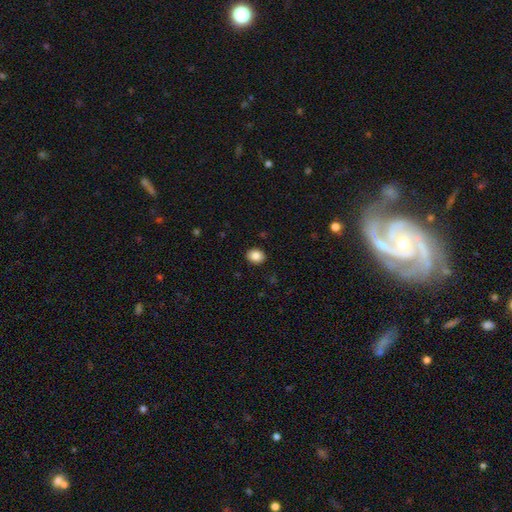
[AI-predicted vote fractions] A smooth galaxy with no disk features (86%) that is round (57%).

Vote fractions:
- Smooth or featured? smooth: 86% / star or artifact: 9% / featured or disk: 5%
- How rounded? round: 57% / in between: 42% / cigar-shaped: 1%
- Merging? none: 91% / minor disturbance: 6% / major disturbance: 2% / merger: 1%